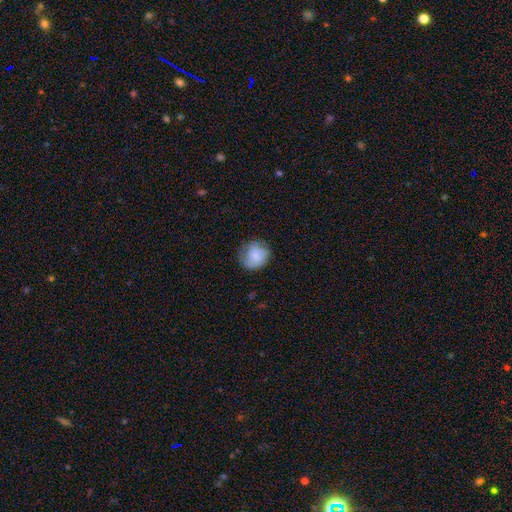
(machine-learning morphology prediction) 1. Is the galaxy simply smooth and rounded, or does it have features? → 74% smooth, 19% featured or disk, 8% star or artifact.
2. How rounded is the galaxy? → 82% round, 17% in between, 1% cigar-shaped.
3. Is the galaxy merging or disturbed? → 66% none, 23% minor disturbance, 9% major disturbance, 1% merger.